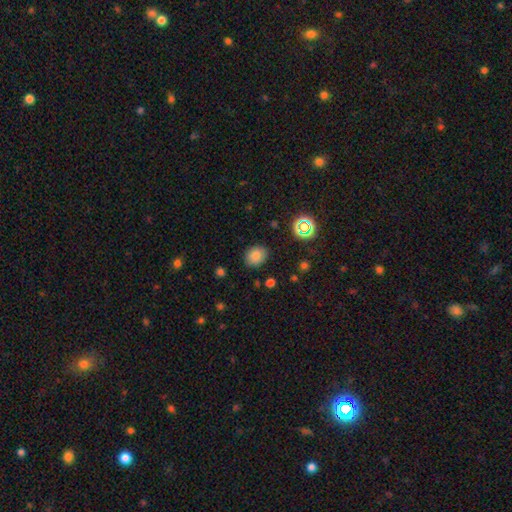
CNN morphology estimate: The model was most divided on "how rounded": round: 57%, in between: 42%, cigar-shaped: 1%. More confident: merging — none (85%); smooth or featured — smooth (80%).